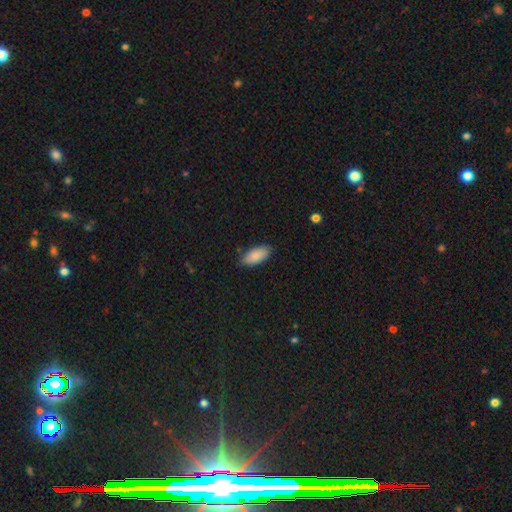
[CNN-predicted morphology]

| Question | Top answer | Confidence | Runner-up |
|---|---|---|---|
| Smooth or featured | smooth | 87% | featured or disk (7%) |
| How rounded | in between | 89% | cigar-shaped (9%) |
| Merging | none | 82% | minor disturbance (14%) |